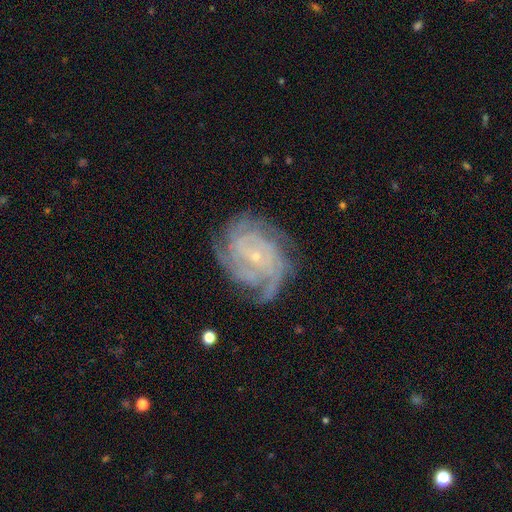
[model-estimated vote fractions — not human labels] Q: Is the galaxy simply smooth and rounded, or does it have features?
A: featured or disk — 88%.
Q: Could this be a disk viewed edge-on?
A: no — 97%.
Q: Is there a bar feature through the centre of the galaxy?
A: no — 62%.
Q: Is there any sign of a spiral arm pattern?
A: yes — 97%.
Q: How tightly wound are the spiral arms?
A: tight — 70%.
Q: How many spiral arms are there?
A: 4 — 29%.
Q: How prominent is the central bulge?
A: small — 84%.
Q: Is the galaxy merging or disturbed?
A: none — 70%.